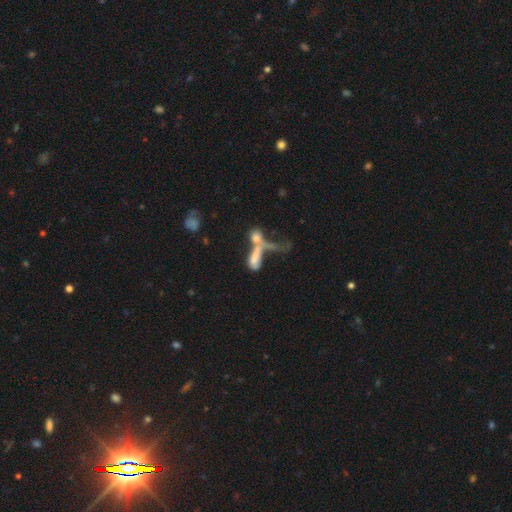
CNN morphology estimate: Smooth or featured? Predicted: smooth (p=0.53). How rounded? Predicted: in between (p=0.54). Merging? Predicted: merger (p=0.62).